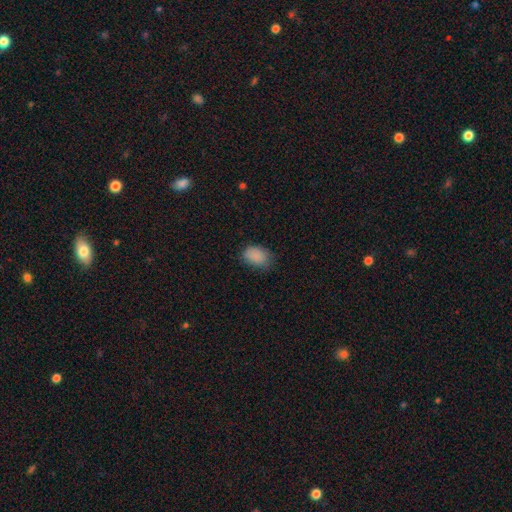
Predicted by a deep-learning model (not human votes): smooth 86%, star or artifact 9%, featured or disk 5%. Down the decision tree: how rounded — in between (79%); merging — none (67%).